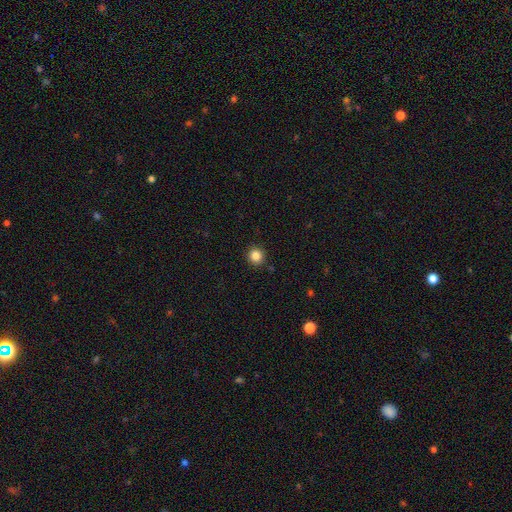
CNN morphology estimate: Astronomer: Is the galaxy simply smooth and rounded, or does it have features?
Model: smooth — 84%.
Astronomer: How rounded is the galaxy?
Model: round — 94%.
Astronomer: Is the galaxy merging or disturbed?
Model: none — 92%.